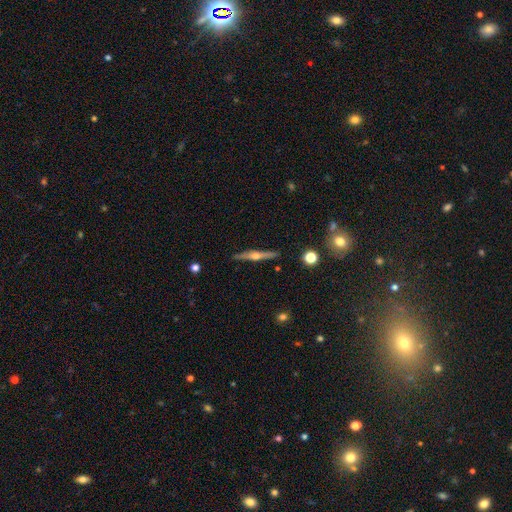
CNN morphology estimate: This appears to be a featured or disk galaxy (73%) viewed edge-on (98%) with a rounded central bulge (93%). Merging: none (90%).